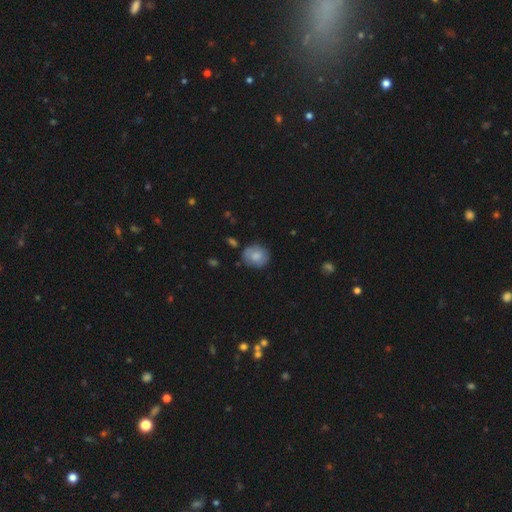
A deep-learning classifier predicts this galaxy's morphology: Smooth or featured? Predicted: smooth (p=0.79). How rounded? Predicted: round (p=0.73). Merging? Predicted: none (p=0.74).